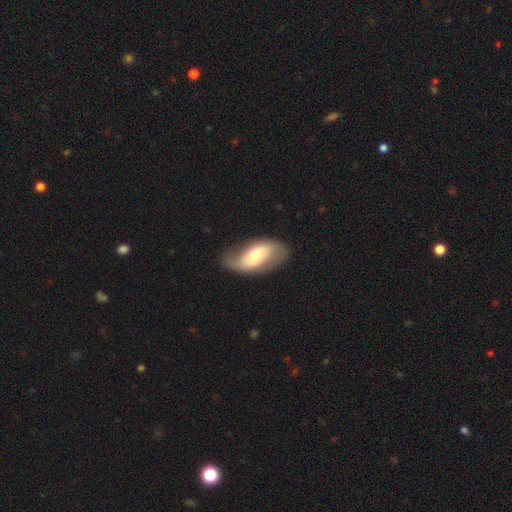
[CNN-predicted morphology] Smooth or featured: featured or disk — 62% (smooth — 32%)
Edge-on disk: no — 94% (yes — 6%)
Bar: no — 40% (tied with weak — 40%)
Spiral arms: yes — 85% (no — 15%)
Bulge size: moderate — 46% (small — 34%)
Merging: none — 68% (minor disturbance — 21%)